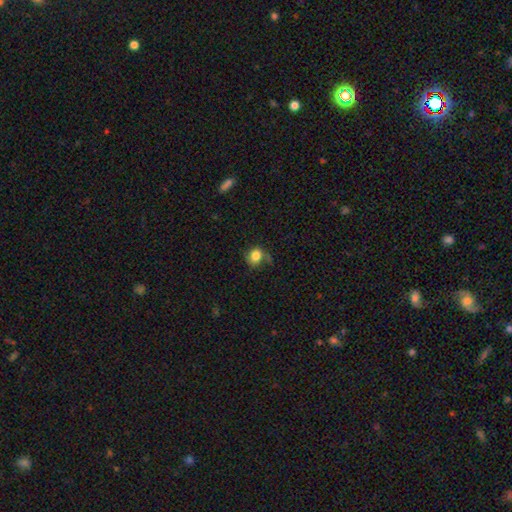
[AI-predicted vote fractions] This is likely a smooth galaxy (79%). How rounded: likely round (71%). Merging: possibly none (54%).